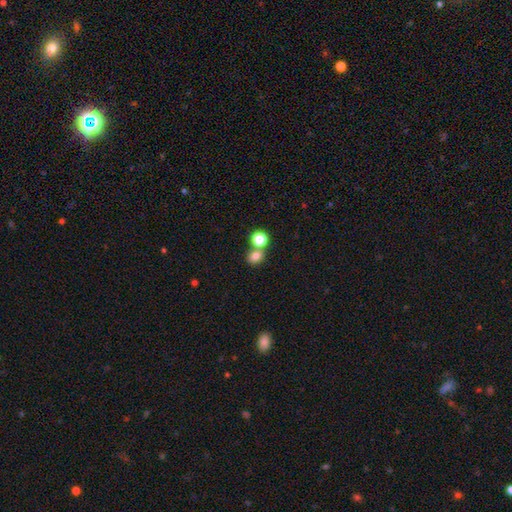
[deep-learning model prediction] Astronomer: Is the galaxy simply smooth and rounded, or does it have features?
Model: smooth — 78%.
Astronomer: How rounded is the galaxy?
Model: round — 61% (runner-up: in between, 38%).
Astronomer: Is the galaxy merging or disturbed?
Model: none — 55% (runner-up: merger, 33%).